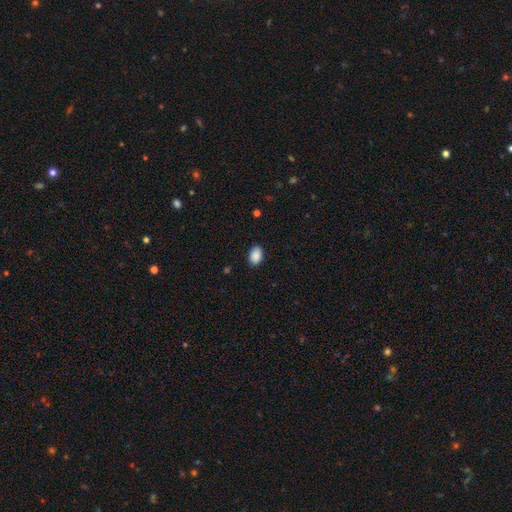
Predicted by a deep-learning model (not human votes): Smooth or featured?
  - smooth: 90% *
  - star or artifact: 7%
  - featured or disk: 3%
How rounded?
  - in between: 88% *
  - round: 11%
  - cigar-shaped: 1%
Merging?
  - none: 85% *
  - minor disturbance: 11%
  - major disturbance: 2%
  - merger: 1%